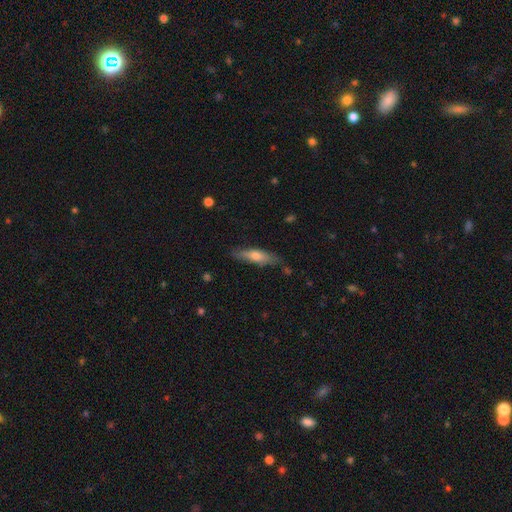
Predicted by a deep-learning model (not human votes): Q: Smooth or featured?
A: smooth (60%); runner-up: featured or disk (34%)
Q: How rounded?
A: cigar-shaped (72%); runner-up: in between (26%)
Q: Merging?
A: none (79%); runner-up: minor disturbance (16%)